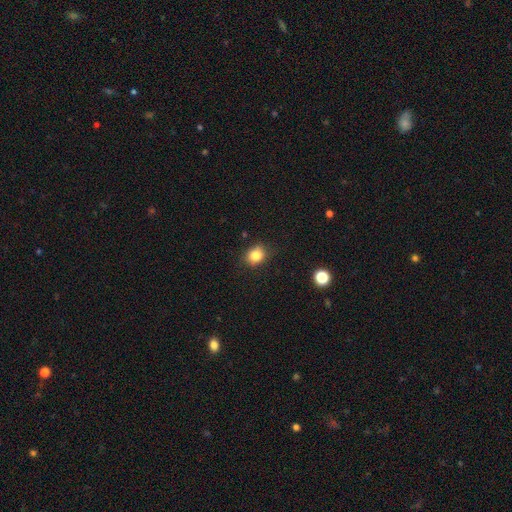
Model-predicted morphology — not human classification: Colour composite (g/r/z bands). It shows a smooth galaxy with no disk features (83%) that is round (60%). Merging: none (78%).